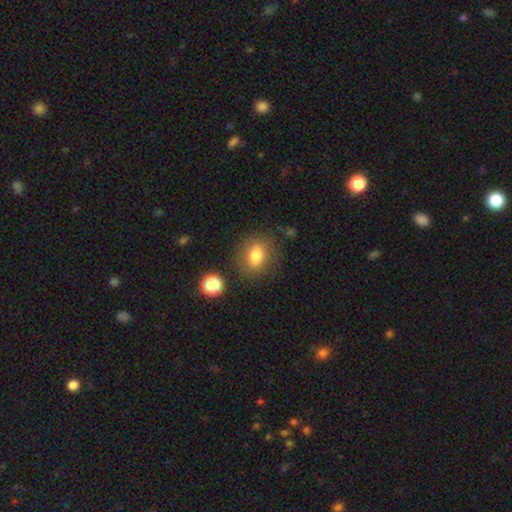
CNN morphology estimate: A smooth galaxy with no disk features (78%) that is round (54%).

Vote fractions:
- Smooth or featured? smooth: 78% / star or artifact: 12% / featured or disk: 11%
- How rounded? round: 54% / in between: 45% / cigar-shaped: 1%
- Merging? none: 79% / minor disturbance: 13% / major disturbance: 5% / merger: 3%